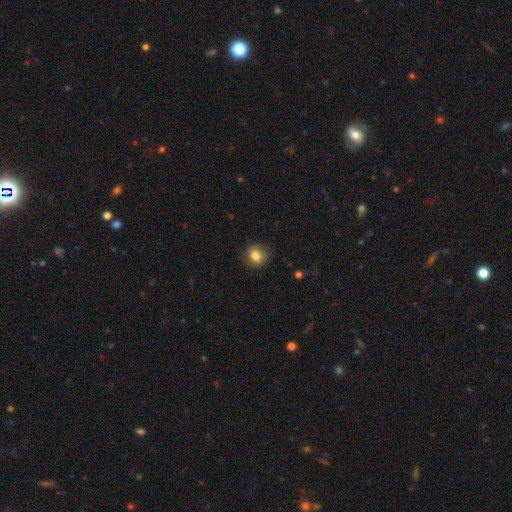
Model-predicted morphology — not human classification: This appears to be a smooth galaxy with no disk features (81%) that is round (72%). Merging: none (82%).